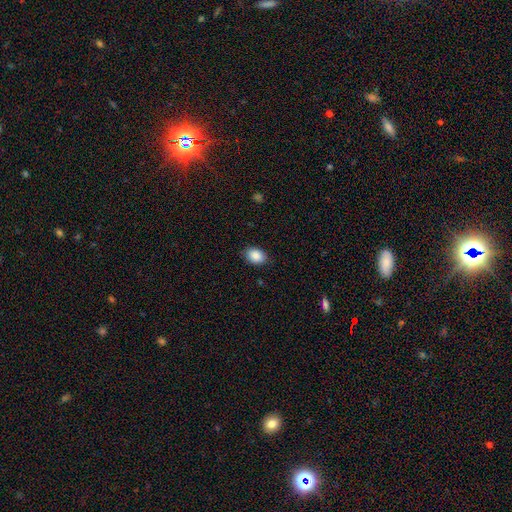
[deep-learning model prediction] Smooth or featured?
  - smooth: 89% *
  - star or artifact: 7%
  - featured or disk: 4%
How rounded?
  - in between: 78% *
  - round: 21%
  - cigar-shaped: 1%
Merging?
  - none: 86% *
  - minor disturbance: 11%
  - major disturbance: 2%
  - merger: 1%